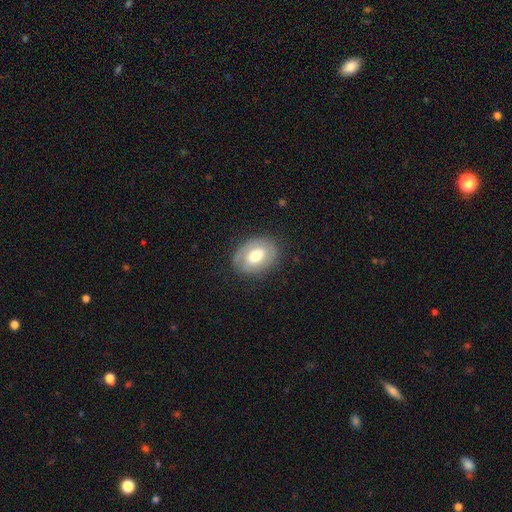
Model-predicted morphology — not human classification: Q: Smooth or featured?
A: smooth (51%); runner-up: featured or disk (42%)
Q: How rounded?
A: in between (77%); runner-up: round (21%)
Q: Merging?
A: none (80%); runner-up: minor disturbance (14%)